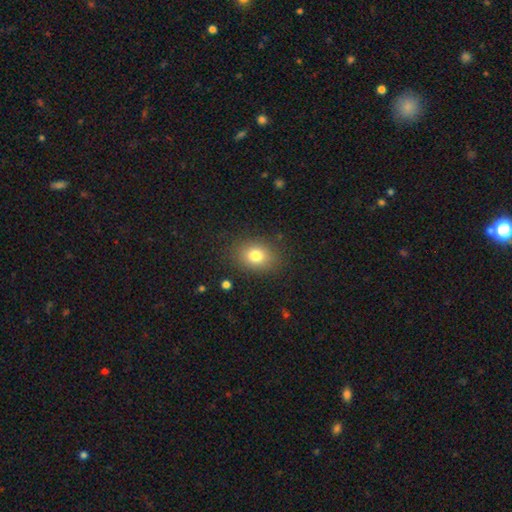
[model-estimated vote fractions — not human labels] This appears to be a smooth galaxy with no disk features (79%) that is in between round and cigar-shaped (56%). Merging: none (84%).